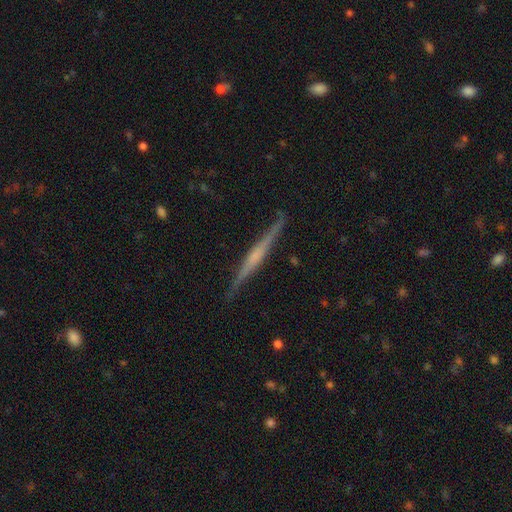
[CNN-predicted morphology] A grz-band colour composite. It shows a featured or disk galaxy (73%) viewed edge-on (98%) with a rounded central bulge (42%). Merging: none (89%).